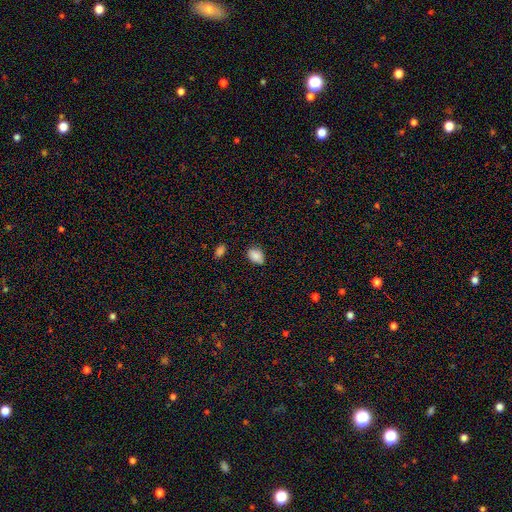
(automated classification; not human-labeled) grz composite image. It shows a smooth galaxy with no disk features (88%) that is in between round and cigar-shaped (80%). Merging: none (82%).